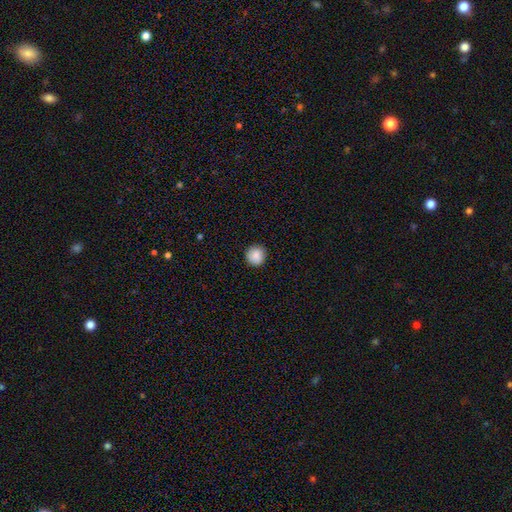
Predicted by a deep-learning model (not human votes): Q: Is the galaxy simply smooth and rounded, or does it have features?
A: smooth — 88%.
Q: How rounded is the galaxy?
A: round — 95%.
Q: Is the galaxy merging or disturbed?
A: none — 91%.